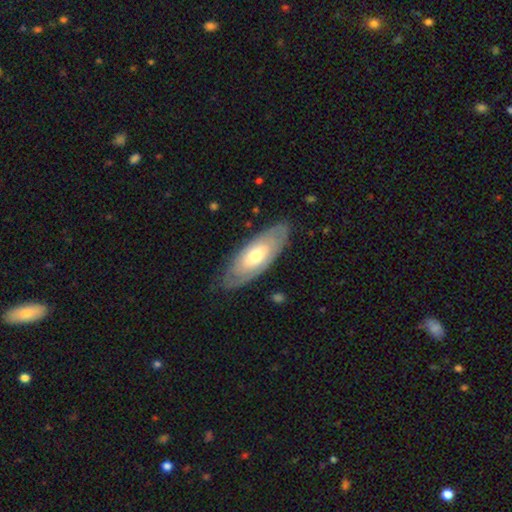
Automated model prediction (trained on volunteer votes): Morphology: type=featured or disk (55%); edge-on=no (80%); merging=none (80%).